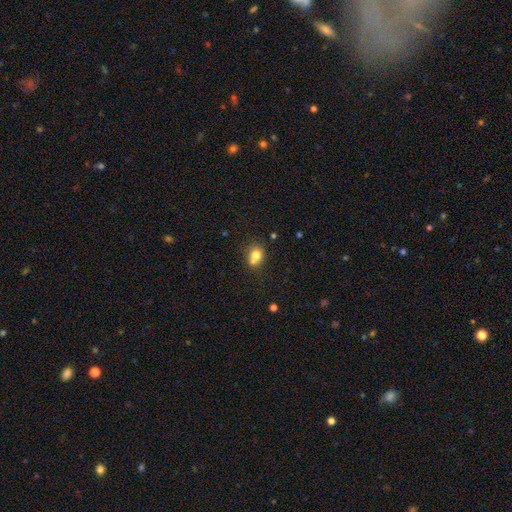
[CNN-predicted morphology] This is likely a smooth galaxy (76%). How rounded: possibly round (59%). Merging: possibly none (52%).